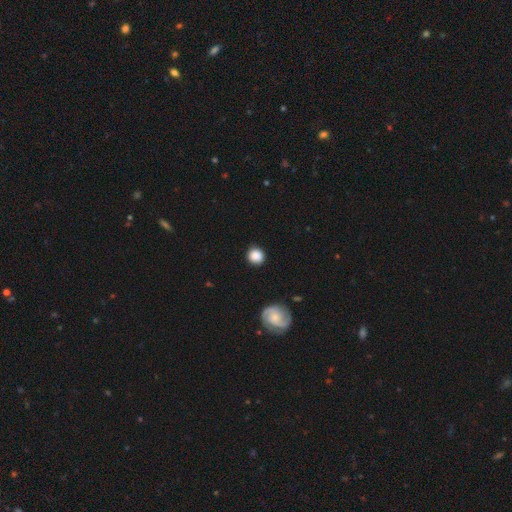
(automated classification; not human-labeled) The model was most divided on "smooth or featured": smooth: 82%, featured or disk: 10%, star or artifact: 8%. More confident: how rounded — round (90%); merging — none (87%).